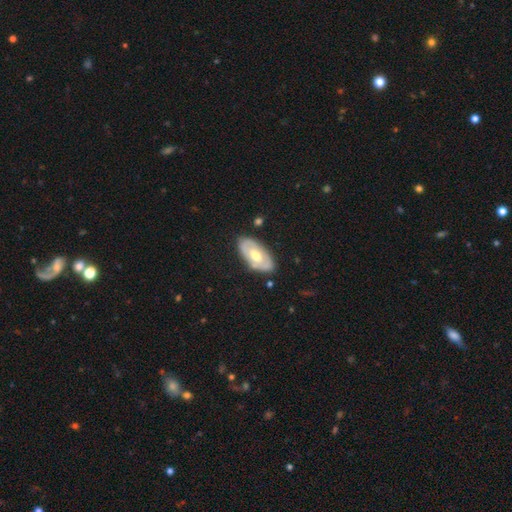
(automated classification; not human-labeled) This is possibly a featured or disk galaxy (58%). It is clearly not viewed edge-on (88%). Bar: likely no (64%). Spiral arm pattern: likely no (64%). Central bulge: likely moderate (72%). Merging: clearly none (81%).